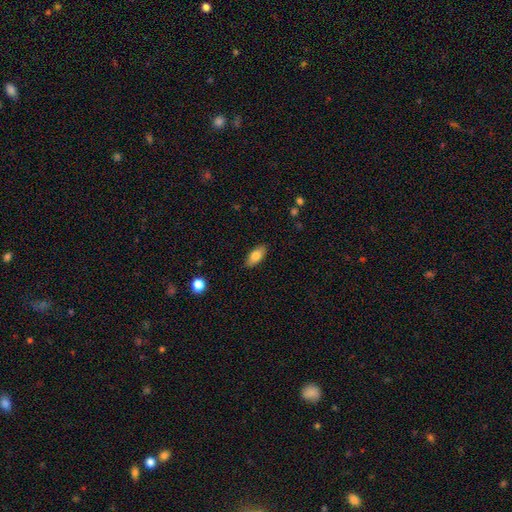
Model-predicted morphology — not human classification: smooth_or_featured: smooth (p=0.77) [alt: featured or disk p=0.16]
how_rounded: in between (p=0.86) [alt: cigar-shaped p=0.11]
merging: none (p=0.87) [alt: minor disturbance p=0.10]